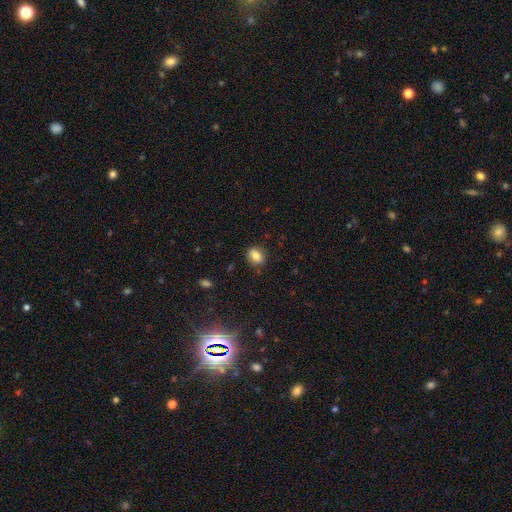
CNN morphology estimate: Smooth or featured?
  - smooth: 82% *
  - star or artifact: 10%
  - featured or disk: 8%
How rounded?
  - in between: 63% *
  - round: 35%
  - cigar-shaped: 2%
Merging?
  - none: 82% *
  - minor disturbance: 13%
  - major disturbance: 3%
  - merger: 2%